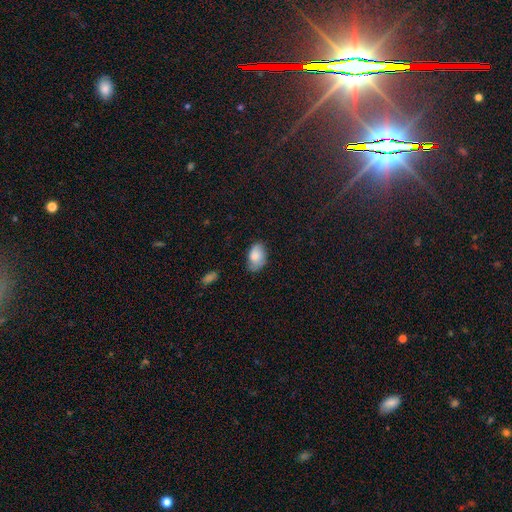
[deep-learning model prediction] Smooth or featured? smooth (83%)
How rounded? in between (90%)
Merging? none (65%)